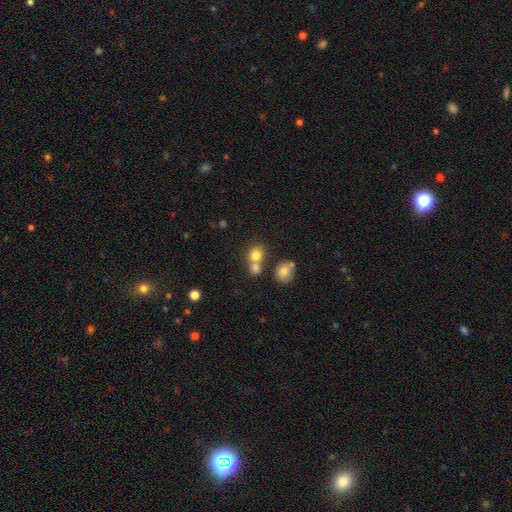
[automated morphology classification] A smooth galaxy with no disk features (78%) that is round (79%). Merging: merger (45%).